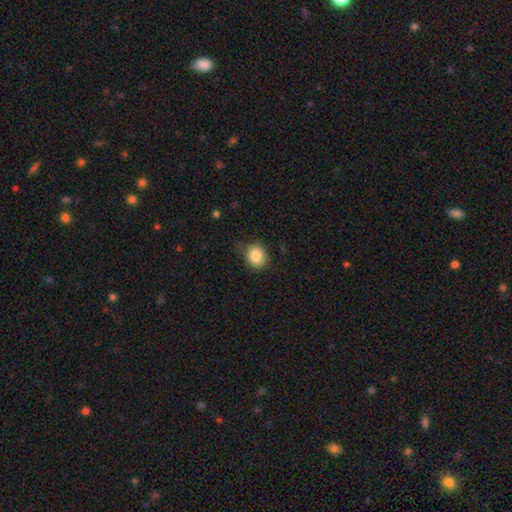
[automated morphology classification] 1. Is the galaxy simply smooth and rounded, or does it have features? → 85% smooth, 9% star or artifact, 6% featured or disk.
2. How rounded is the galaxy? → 67% round, 32% in between, 1% cigar-shaped.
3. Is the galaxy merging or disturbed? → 70% none, 23% minor disturbance, 6% major disturbance, 1% merger.